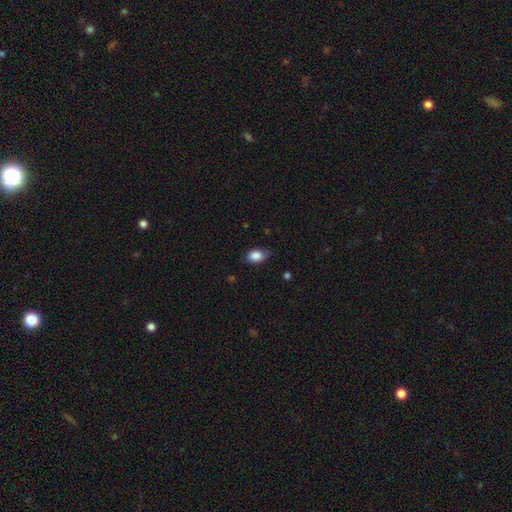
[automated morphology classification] smooth 86%, star or artifact 8%, featured or disk 6%. Down the decision tree: how rounded — in between (82%); merging — none (67%).